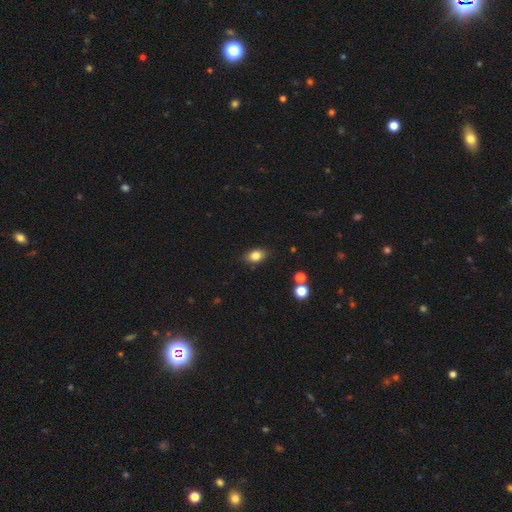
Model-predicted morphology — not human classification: smooth-or-featured: smooth: 82% | star or artifact: 10% | featured or disk: 8%
  how-rounded: in between: 81% | round: 17% | cigar-shaped: 2%
  merging: none: 85% | minor disturbance: 11% | major disturbance: 2% | merger: 2%